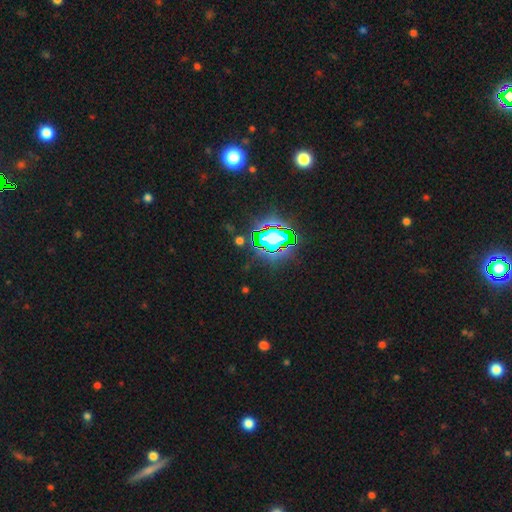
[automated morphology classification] Smooth or featured? Predicted: star or artifact (p=0.81).